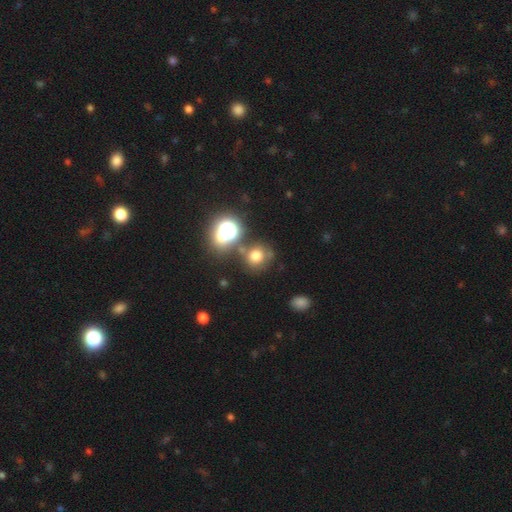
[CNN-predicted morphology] Smooth or featured? Predicted: smooth (p=0.67). How rounded? Predicted: round (p=0.83). Merging? Predicted: none (p=0.65).